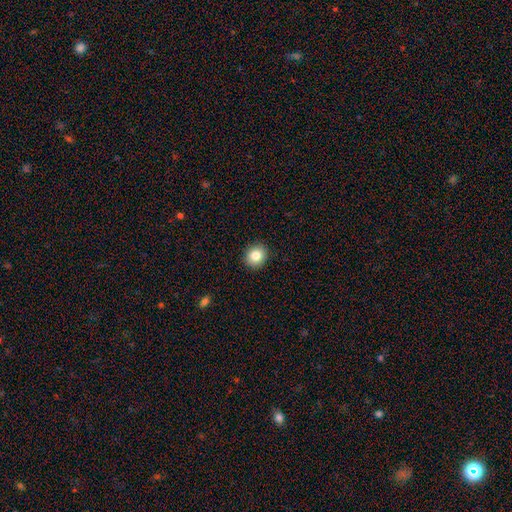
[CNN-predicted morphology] A smooth galaxy with no disk features (83%) that is round (80%).

Vote fractions:
- Smooth or featured? smooth: 83% / star or artifact: 10% / featured or disk: 7%
- How rounded? round: 80% / in between: 19% / cigar-shaped: 1%
- Merging? none: 91% / minor disturbance: 6% / major disturbance: 2% / merger: 1%